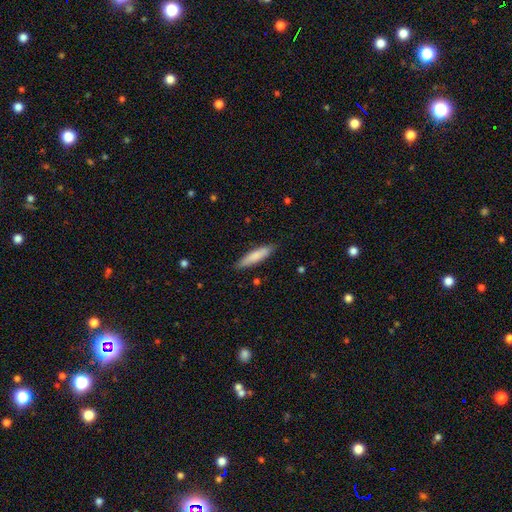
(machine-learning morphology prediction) Q: Smooth or featured?
A: smooth (79%); runner-up: featured or disk (15%)
Q: How rounded?
A: cigar-shaped (77%); runner-up: in between (22%)
Q: Merging?
A: none (85%); runner-up: minor disturbance (12%)